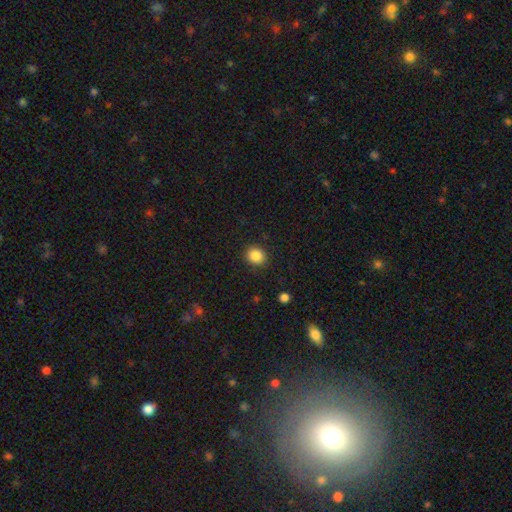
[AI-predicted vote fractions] Smooth or featured? Predicted: smooth (p=0.86). How rounded? Predicted: round (p=0.79). Merging? Predicted: none (p=0.90).